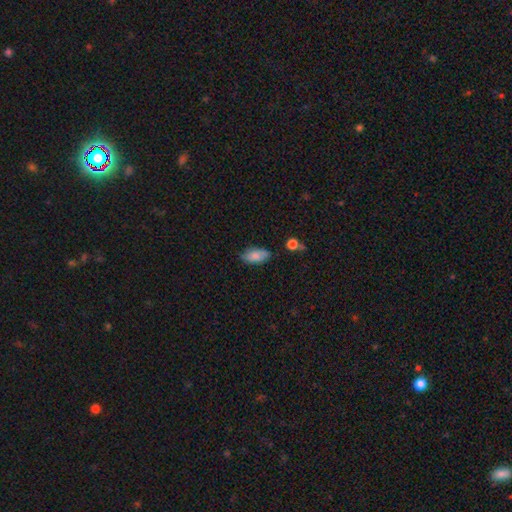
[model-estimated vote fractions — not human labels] The model was most divided on "merging": none: 73%, minor disturbance: 20%, major disturbance: 4%, merger: 3%. More confident: how rounded — in between (90%); smooth or featured — smooth (81%).